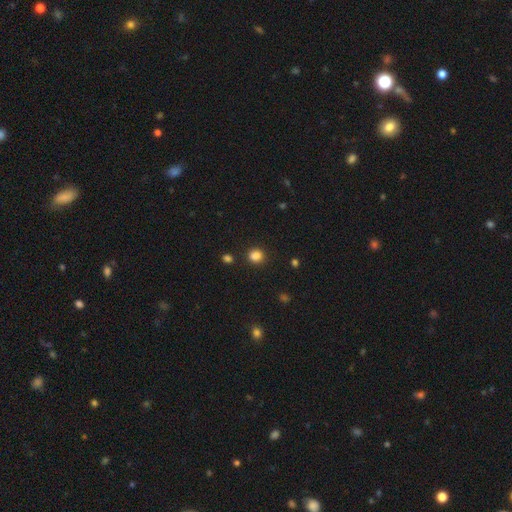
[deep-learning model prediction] smooth 84%, star or artifact 12%, featured or disk 3%. Down the decision tree: how rounded — round (73%); merging — none (82%).